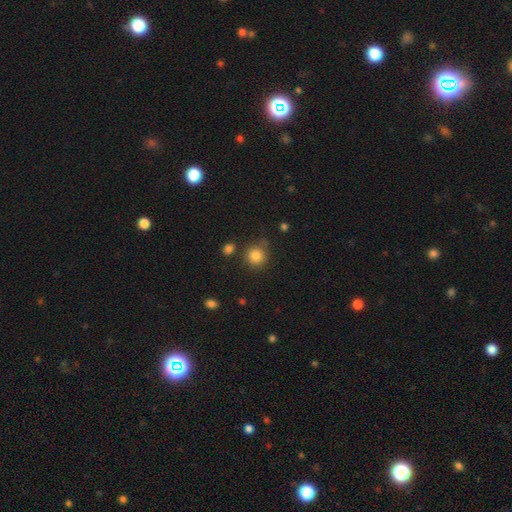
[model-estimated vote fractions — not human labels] Smooth or featured?
  - smooth: 85% *
  - star or artifact: 11%
  - featured or disk: 5%
How rounded?
  - round: 88% *
  - in between: 11%
  - cigar-shaped: 1%
Merging?
  - none: 74% *
  - minor disturbance: 15%
  - merger: 7%
  - major disturbance: 5%